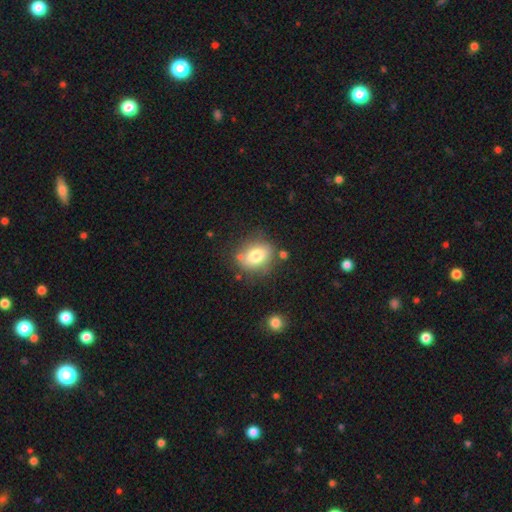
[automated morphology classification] Smooth or featured? Predicted: smooth (p=0.76). How rounded? Predicted: in between (p=0.54). Merging? Predicted: none (p=0.71).